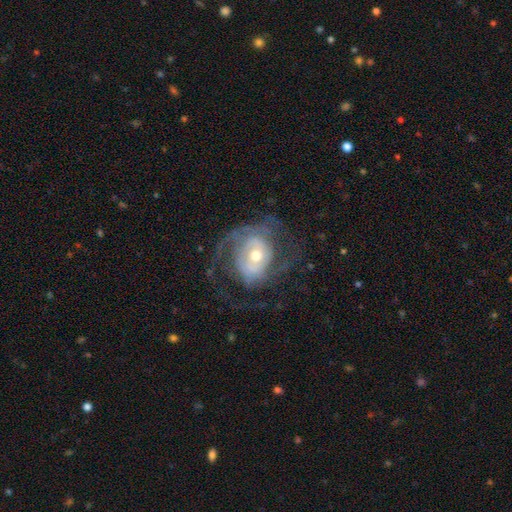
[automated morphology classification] A featured or disk galaxy (77%) with no bar (62%), 2 (41%) medium (40%) spiral arms (82%) and a moderate central bulge (60%). Merging: none (52%).